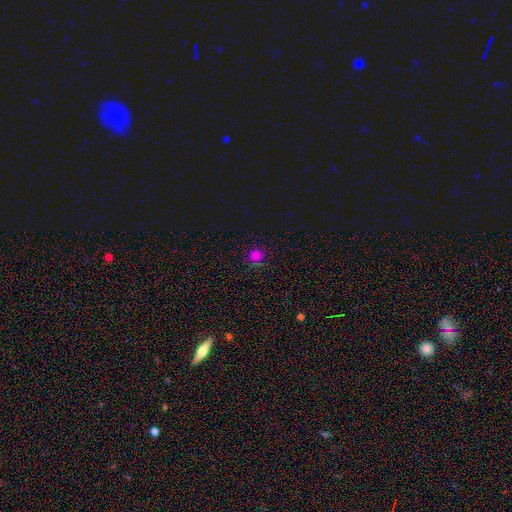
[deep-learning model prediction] A smooth galaxy with no disk features (75%) that is round (92%). Merging: none (84%).